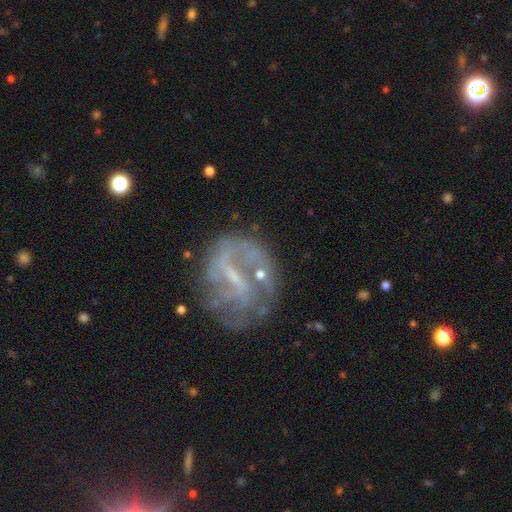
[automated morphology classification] A featured or disk galaxy (80%) with a weak bar (48%), 2 (43%) medium (40%) spiral arms (79%) and a small central bulge (48%).

Vote fractions:
- Smooth or featured? featured or disk: 80% / smooth: 12% / star or artifact: 8%
- Edge-on disk? no: 97% / yes: 3%
- Bar? weak: 48% / strong: 35% / no: 17%
- Spiral arms? yes: 79% / no: 21%
- Spiral winding? medium: 40% / loose: 33% / tight: 27%
- Spiral arm count? 2: 43% / can't tell: 28% / 3: 11% / 1: 11% / 4: 4% / more than 4: 4%
- Bulge size? small: 48% / none: 32% / moderate: 17% / large: 2% / dominant: 1%
- Merging? none: 56% / major disturbance: 20% / minor disturbance: 19% / merger: 5%